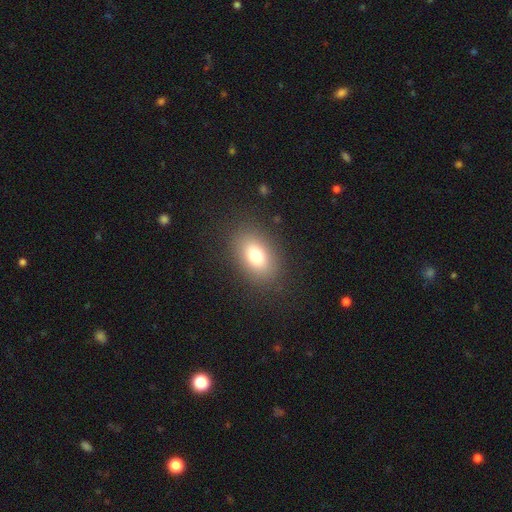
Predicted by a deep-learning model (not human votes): Q: Smooth or featured?
A: smooth (75%); runner-up: featured or disk (13%)
Q: How rounded?
A: in between (81%); runner-up: round (17%)
Q: Merging?
A: none (85%); runner-up: minor disturbance (9%)